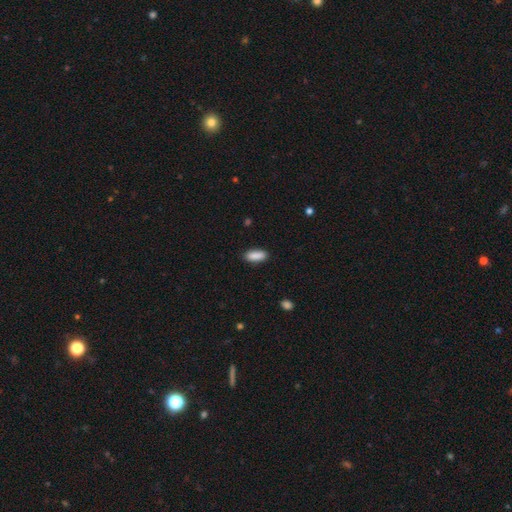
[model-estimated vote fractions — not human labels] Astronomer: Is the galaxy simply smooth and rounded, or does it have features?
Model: smooth — 89%.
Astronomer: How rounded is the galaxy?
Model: in between — 71%.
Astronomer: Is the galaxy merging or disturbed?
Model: none — 88%.